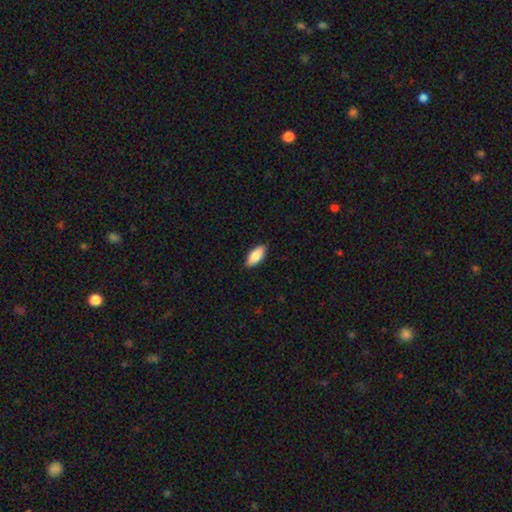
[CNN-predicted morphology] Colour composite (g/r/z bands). It shows a smooth galaxy with no disk features (85%) that is in between round and cigar-shaped (89%). Merging: none (88%).